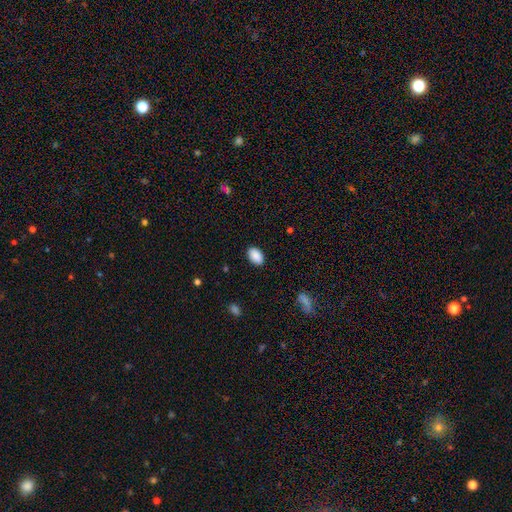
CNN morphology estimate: This is clearly a smooth galaxy (89%). How rounded: clearly in between (90%). Merging: clearly none (88%).